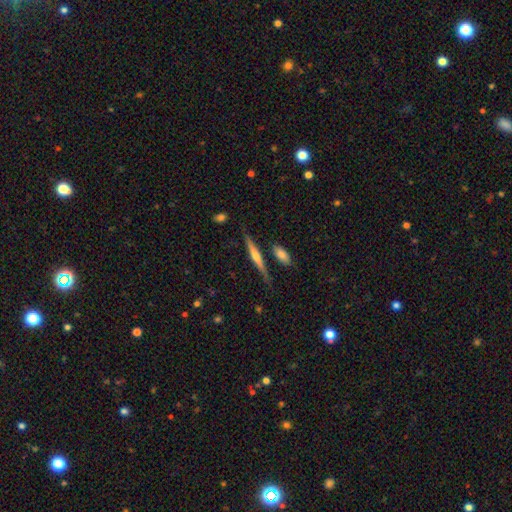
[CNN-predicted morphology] This is likely a featured or disk galaxy (60%). It is clearly viewed edge-on (96%). Edge-on bulge: likely rounded (67%). Merging: clearly none (80%).